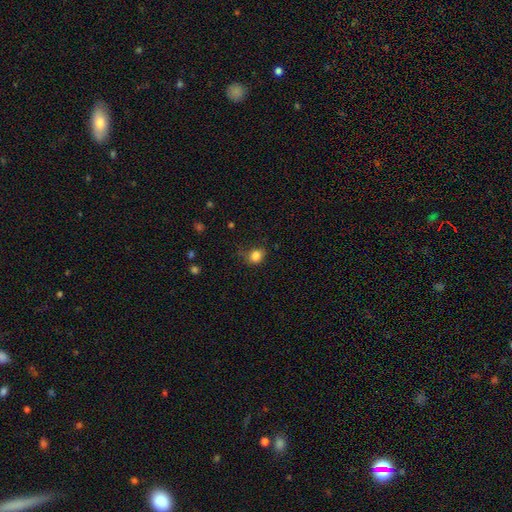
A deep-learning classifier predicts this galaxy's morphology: A smooth galaxy with no disk features (83%) that is round (60%).

Vote fractions:
- Smooth or featured? smooth: 83% / star or artifact: 11% / featured or disk: 6%
- How rounded? round: 60% / in between: 39% / cigar-shaped: 1%
- Merging? none: 63% / minor disturbance: 27% / major disturbance: 9% / merger: 2%